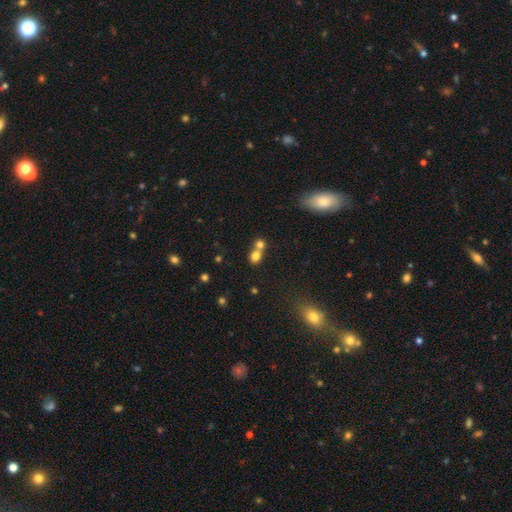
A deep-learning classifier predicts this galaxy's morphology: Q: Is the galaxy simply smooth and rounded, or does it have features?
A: smooth — 76%.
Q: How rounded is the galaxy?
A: round — 68%.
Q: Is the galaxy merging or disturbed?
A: merger — 55%.